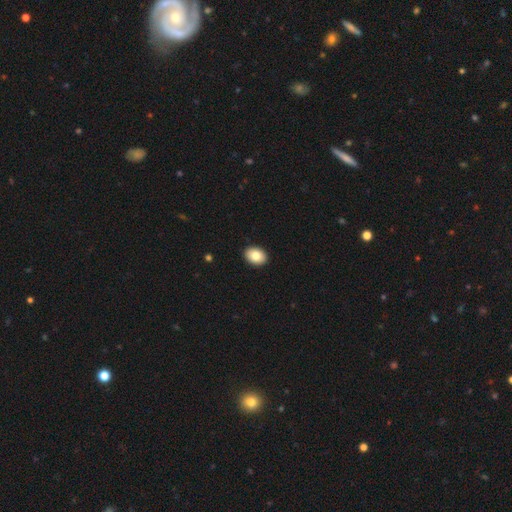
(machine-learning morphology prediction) Smooth or featured? smooth (84%)
How rounded? in between (74%)
Merging? none (92%)